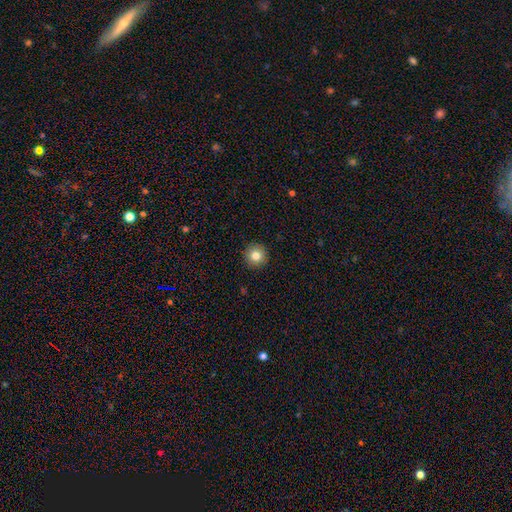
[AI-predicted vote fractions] A smooth galaxy with no disk features (82%) that is round (96%). Merging: none (93%).